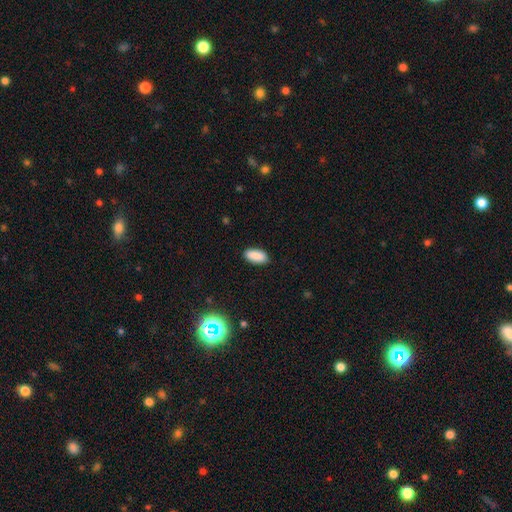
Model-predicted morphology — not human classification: Smooth or featured?
  - smooth: 90% *
  - star or artifact: 7%
  - featured or disk: 3%
How rounded?
  - in between: 92% *
  - cigar-shaped: 6%
  - round: 2%
Merging?
  - none: 89% *
  - minor disturbance: 8%
  - major disturbance: 2%
  - merger: 1%